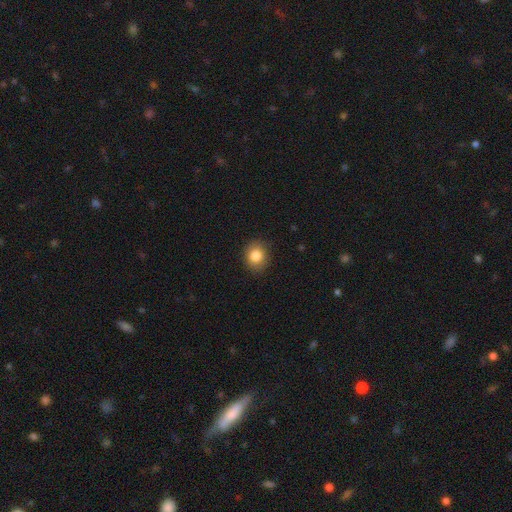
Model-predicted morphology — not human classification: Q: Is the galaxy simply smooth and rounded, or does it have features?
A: smooth — 84%.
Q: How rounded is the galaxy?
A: round — 69%.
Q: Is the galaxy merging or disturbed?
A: none — 87%.